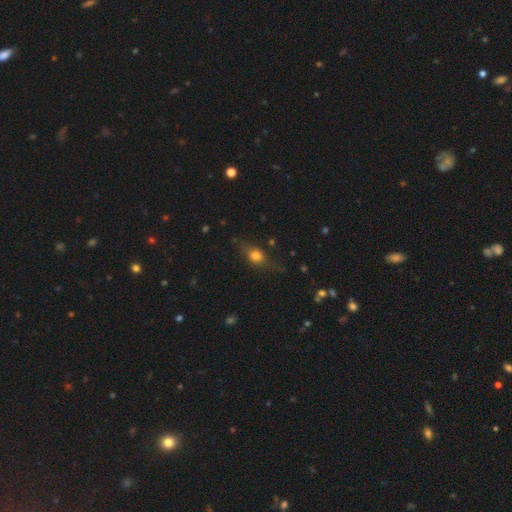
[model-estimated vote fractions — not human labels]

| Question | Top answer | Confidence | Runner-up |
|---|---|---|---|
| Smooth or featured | smooth | 67% | featured or disk (20%) |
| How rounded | in between | 46% | round (45%) |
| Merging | none | 67% | minor disturbance (21%) |